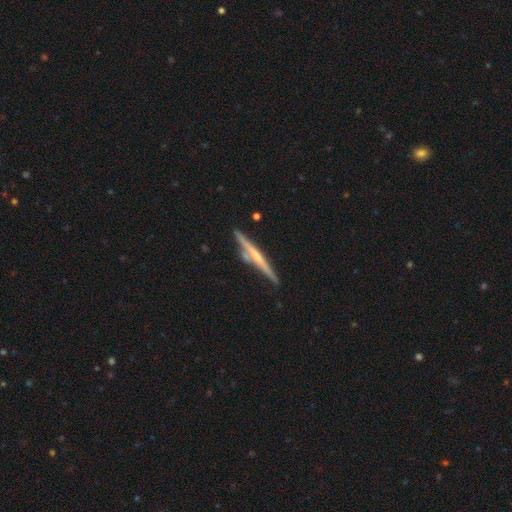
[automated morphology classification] This appears to be a featured or disk galaxy (66%) viewed edge-on (97%) with a rounded central bulge (51%). Merging: none (77%).